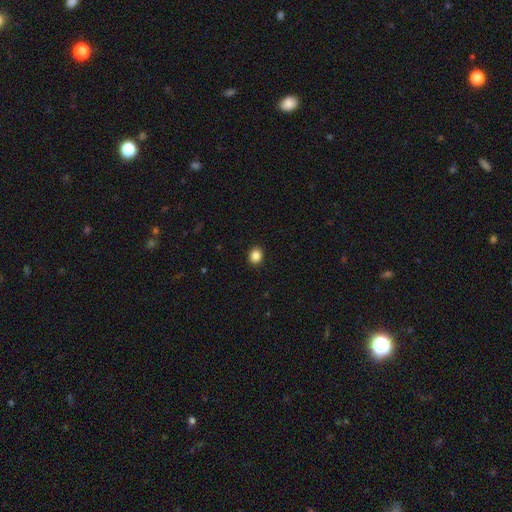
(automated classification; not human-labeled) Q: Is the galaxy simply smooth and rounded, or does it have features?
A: smooth — 86%.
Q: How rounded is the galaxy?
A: round — 70%.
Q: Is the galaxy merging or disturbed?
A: none — 92%.